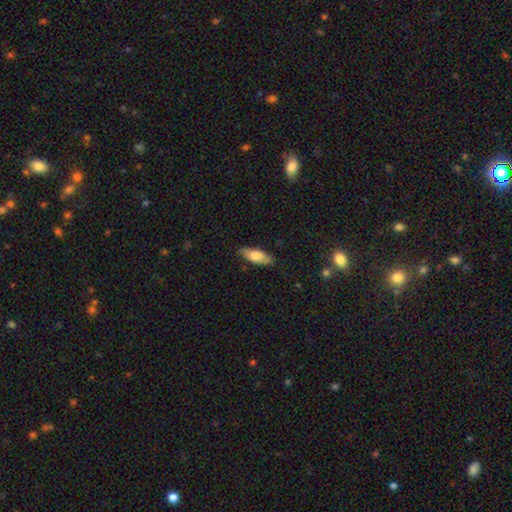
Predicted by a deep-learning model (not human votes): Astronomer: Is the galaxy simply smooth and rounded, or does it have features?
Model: smooth — 74%.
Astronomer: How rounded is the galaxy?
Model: in between — 67%.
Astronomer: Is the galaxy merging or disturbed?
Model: none — 82%.